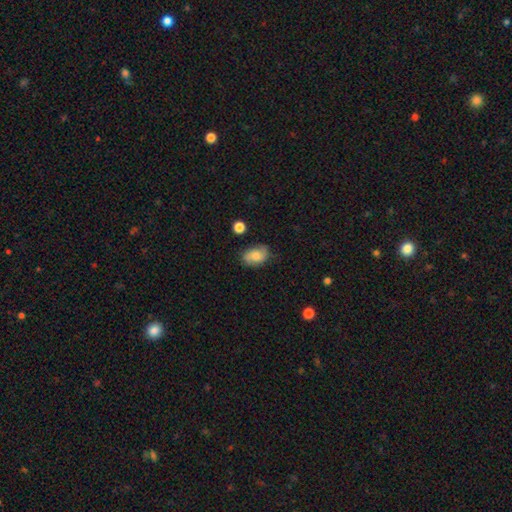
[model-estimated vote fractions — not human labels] smooth 73%, featured or disk 19%, star or artifact 8%. Down the decision tree: how rounded — in between (85%); merging — none (72%).